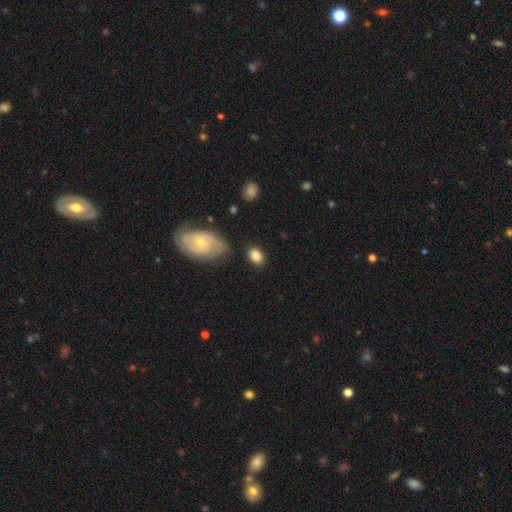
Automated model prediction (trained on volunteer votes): Overall: smooth (79%). How rounded: in between (78%). Merging: none (74%).